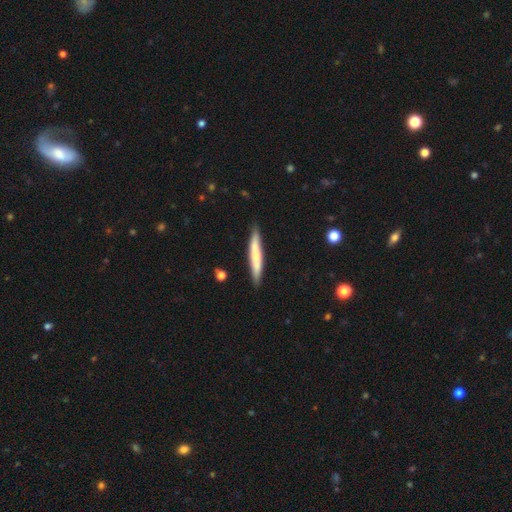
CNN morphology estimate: Overall: smooth (66%; featured or disk 29%). How rounded: cigar-shaped (94%). Merging: none (86%).